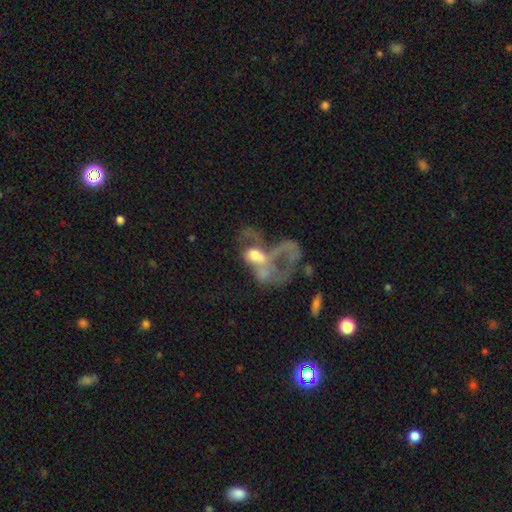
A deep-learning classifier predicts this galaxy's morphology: This appears to be a featured or disk galaxy (56%) with no bar (83%), no spiral arms (81%) and a moderate central bulge (41%). Merging: merger (42%).